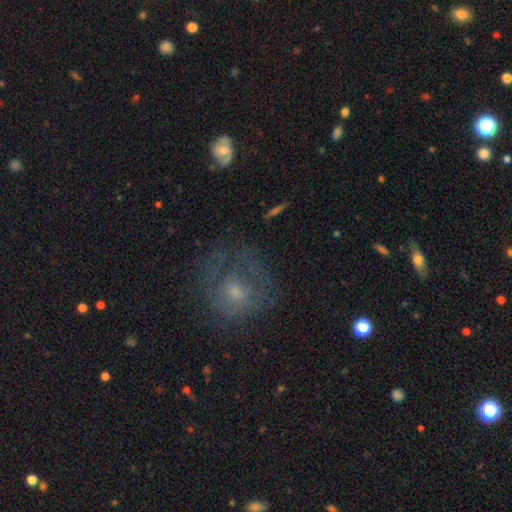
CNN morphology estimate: This is marginally a featured or disk galaxy (42%). Merging: likely none (62%).